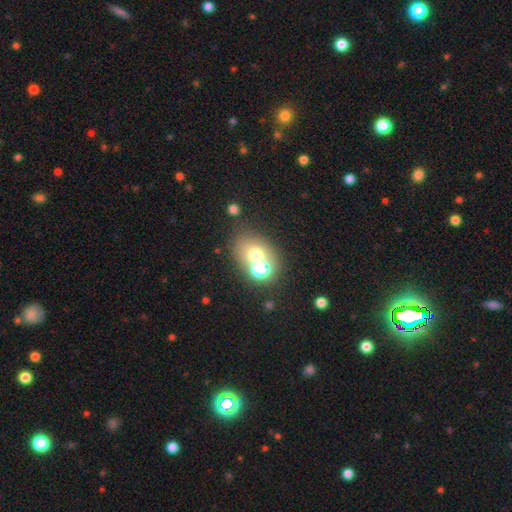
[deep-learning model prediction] Smooth or featured? Predicted: smooth (p=0.62). How rounded? Predicted: round (p=0.59). Merging? Predicted: none (p=0.53).